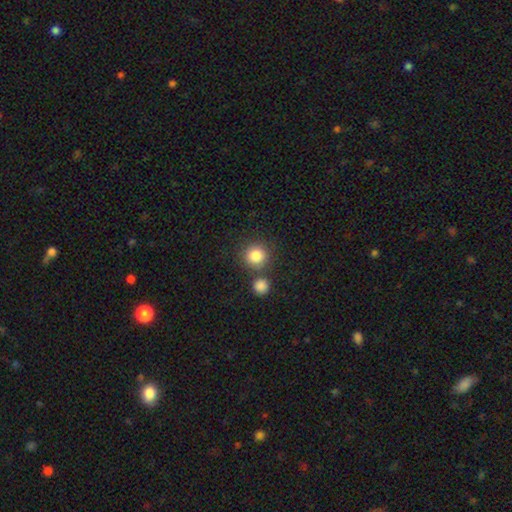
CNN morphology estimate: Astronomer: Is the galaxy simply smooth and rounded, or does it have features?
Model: smooth — 84%.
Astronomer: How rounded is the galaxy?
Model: round — 91%.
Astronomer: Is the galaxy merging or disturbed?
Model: none — 72%.